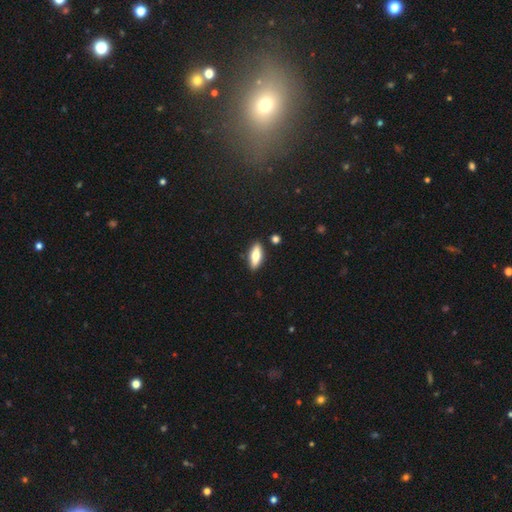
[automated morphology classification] This appears to be a smooth galaxy with no disk features (64%) that is in between round and cigar-shaped (65%). Merging: none (86%).